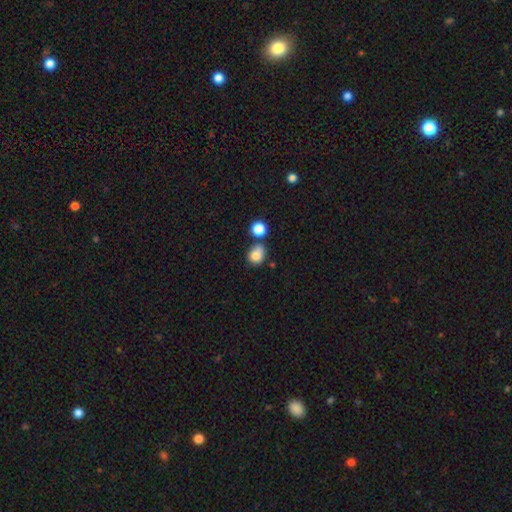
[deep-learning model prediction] smooth-or-featured: smooth: 82% | star or artifact: 10% | featured or disk: 8%
  how-rounded: round: 66% | in between: 33% | cigar-shaped: 1%
  merging: none: 55% | merger: 20% | minor disturbance: 20% | major disturbance: 6%